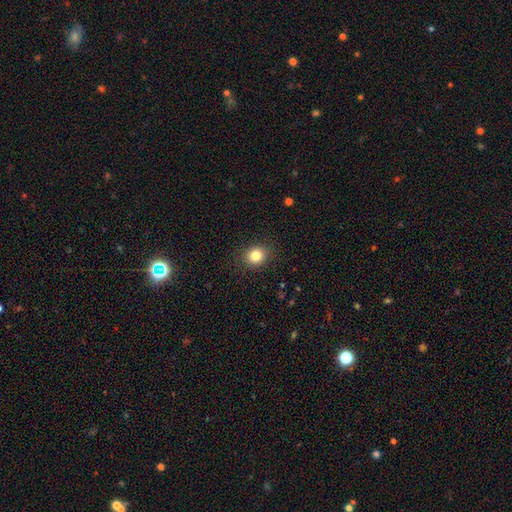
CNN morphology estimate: smooth 82%, star or artifact 12%, featured or disk 6%. Down the decision tree: how rounded — round (81%); merging — none (89%).